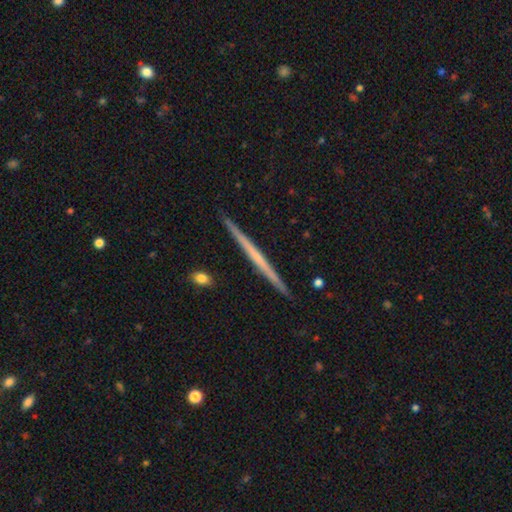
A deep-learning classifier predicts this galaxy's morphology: Smooth or featured? Predicted: featured or disk (p=0.61). Edge-on disk? Predicted: yes (p=0.98). Edge-on bulge? Predicted: none (p=0.89). Merging? Predicted: none (p=0.92).